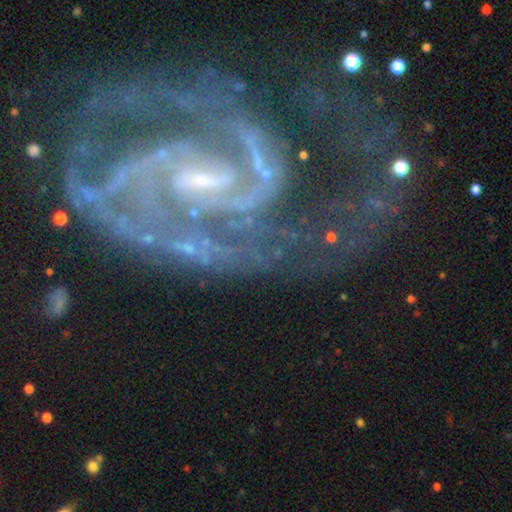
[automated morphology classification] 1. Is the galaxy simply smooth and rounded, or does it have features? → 90% featured or disk, 6% star or artifact, 4% smooth.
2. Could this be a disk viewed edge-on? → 98% no, 2% yes.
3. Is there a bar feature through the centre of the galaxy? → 42% weak, 37% strong, 21% no.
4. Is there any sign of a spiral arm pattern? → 98% yes, 2% no.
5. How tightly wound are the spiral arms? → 45% medium, 43% tight, 13% loose.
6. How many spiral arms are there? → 52% 2, 15% 3, 12% can't tell, 8% 4, 7% 1, 7% more than 4.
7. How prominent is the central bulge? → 69% small, 20% moderate, 7% none, 2% large, 1% dominant.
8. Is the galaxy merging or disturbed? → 52% none, 23% major disturbance, 18% minor disturbance, 7% merger.